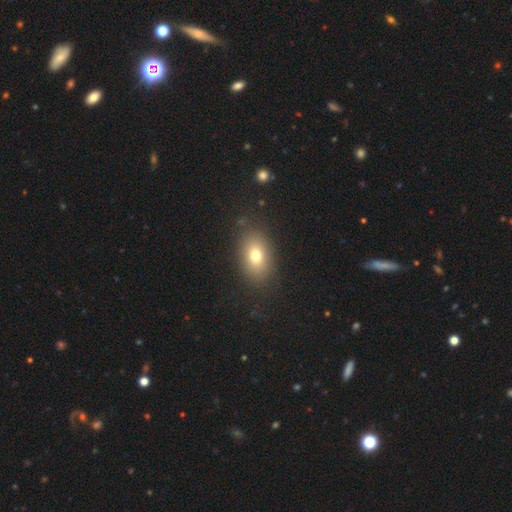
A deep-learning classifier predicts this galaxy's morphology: This appears to be a smooth galaxy with no disk features (75%) that is in between round and cigar-shaped (80%). Merging: none (84%).